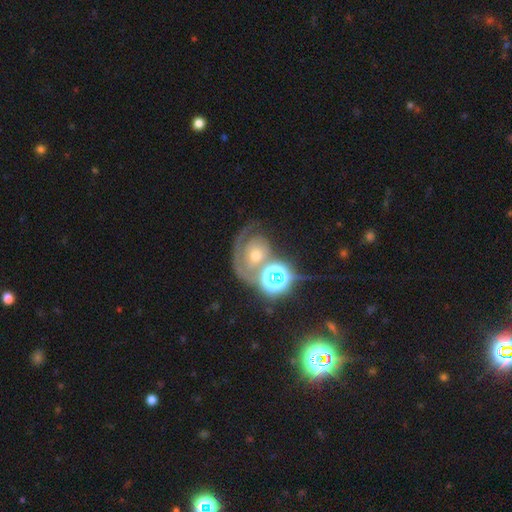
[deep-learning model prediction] Smooth or featured? Predicted: featured or disk (p=0.56). Edge-on disk? Predicted: no (p=0.96). Bar? Predicted: no (p=0.80). Spiral arms? Predicted: yes (p=0.75). Bulge size? Predicted: moderate (p=0.53). Merging? Predicted: none (p=0.39).